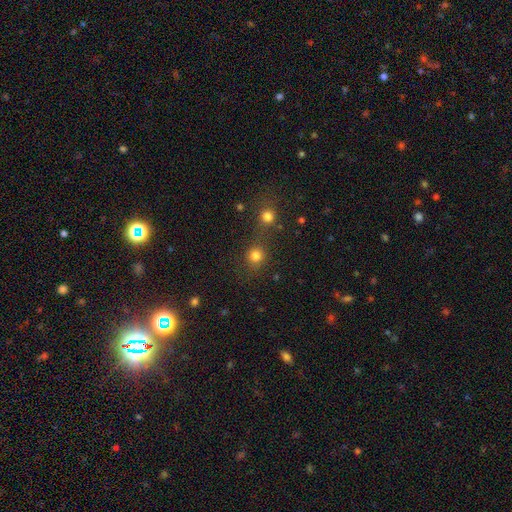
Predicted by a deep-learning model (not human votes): smooth 79%, star or artifact 15%, featured or disk 6%. Down the decision tree: how rounded — round (87%); merging — none (61%).